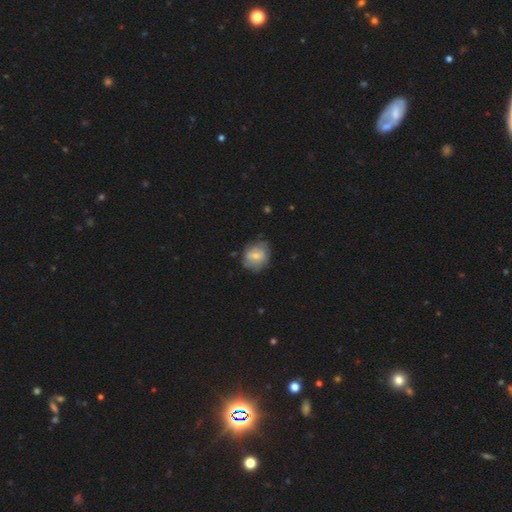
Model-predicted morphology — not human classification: smooth_or_featured: smooth (p=0.61) [alt: featured or disk p=0.31]
how_rounded: round (p=0.68) [alt: in between p=0.31]
merging: none (p=0.67) [alt: minor disturbance p=0.24]